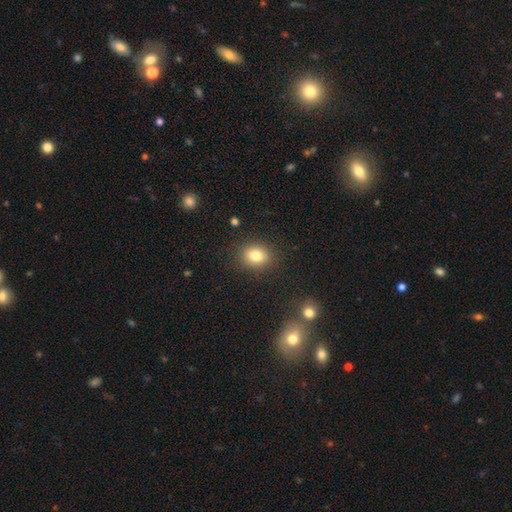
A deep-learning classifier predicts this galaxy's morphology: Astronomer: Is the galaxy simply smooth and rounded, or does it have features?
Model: smooth — 81%.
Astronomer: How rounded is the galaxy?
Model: round — 63%.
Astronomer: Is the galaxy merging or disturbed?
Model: none — 87%.